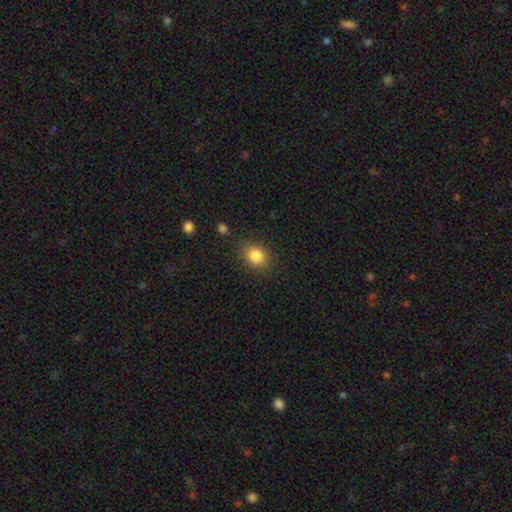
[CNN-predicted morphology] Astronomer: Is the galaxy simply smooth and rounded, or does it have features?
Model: smooth — 84%.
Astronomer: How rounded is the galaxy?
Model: round — 56% (runner-up: in between, 43%).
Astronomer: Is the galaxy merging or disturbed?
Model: none — 82%.